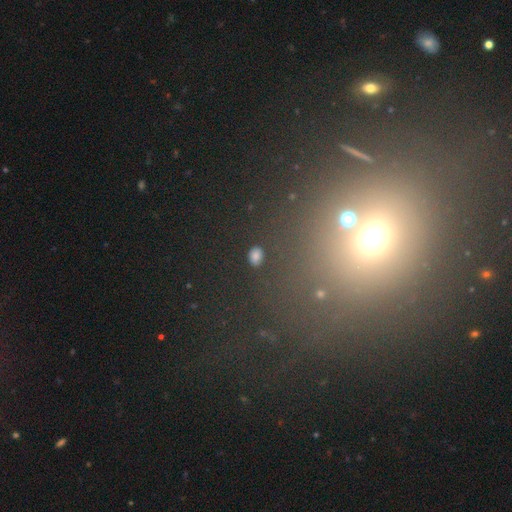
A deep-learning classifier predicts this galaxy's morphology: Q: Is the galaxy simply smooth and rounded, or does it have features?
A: smooth — 73%.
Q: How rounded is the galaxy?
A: in between — 75%.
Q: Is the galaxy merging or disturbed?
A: none — 87%.